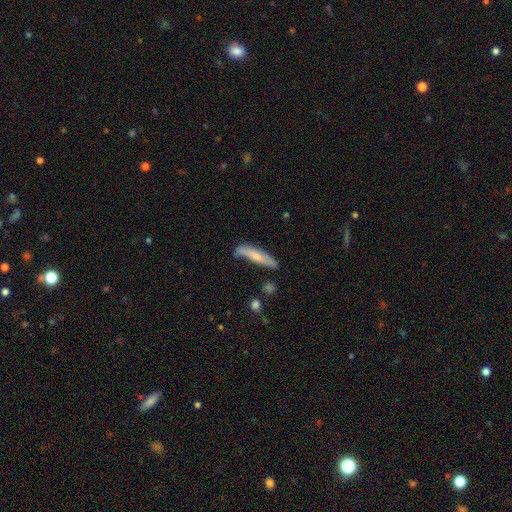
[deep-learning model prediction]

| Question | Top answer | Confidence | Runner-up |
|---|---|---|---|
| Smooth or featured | smooth | 66% | featured or disk (28%) |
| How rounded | cigar-shaped | 83% | in between (16%) |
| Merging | none | 58% | minor disturbance (28%) |